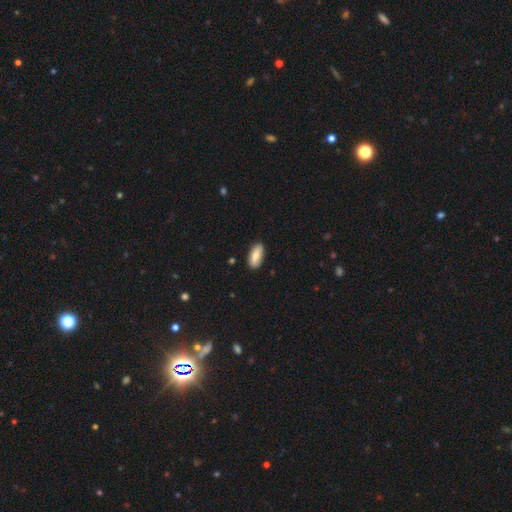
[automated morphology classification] Smooth or featured: smooth — 74% (featured or disk — 20%)
How rounded: in between — 85% (cigar-shaped — 13%)
Merging: none — 86% (minor disturbance — 11%)